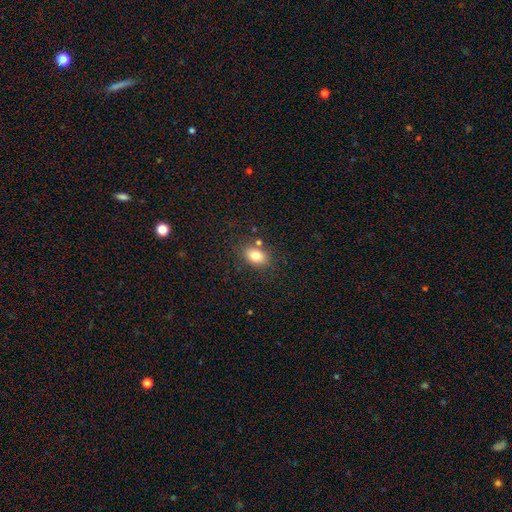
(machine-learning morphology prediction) type=smooth (80%); roundness=in between (74%); merging=none (77%).